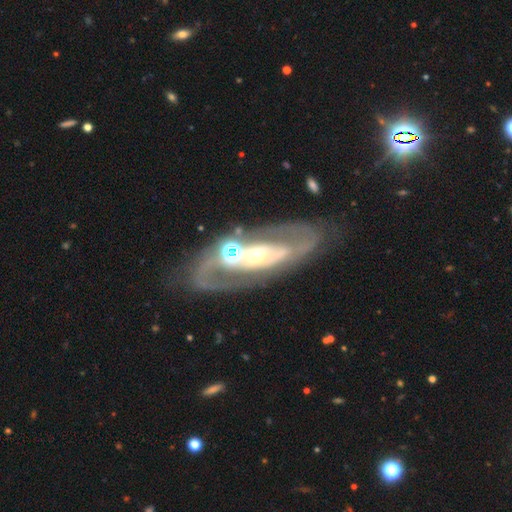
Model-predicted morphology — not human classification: Overall: featured or disk (77%). Edge-on disk: no (89%). Bar: no (63%). Spiral arms: yes (61%; no 39%). Bulge size: moderate (64%). Merging: none (60%).